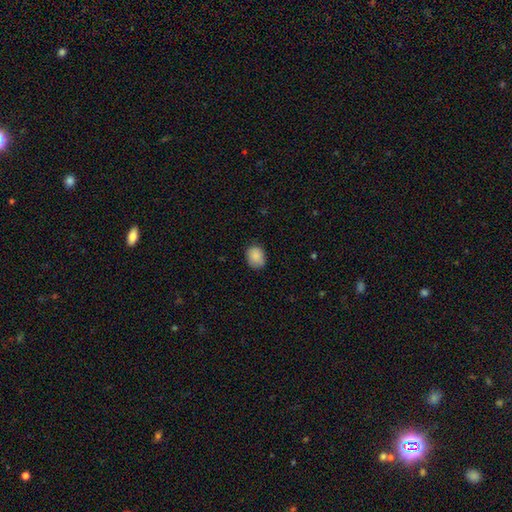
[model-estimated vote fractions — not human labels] The model was most divided on "how rounded": in between: 50%, round: 49%, cigar-shaped: 1%. More confident: smooth or featured — smooth (88%); merging — none (80%).